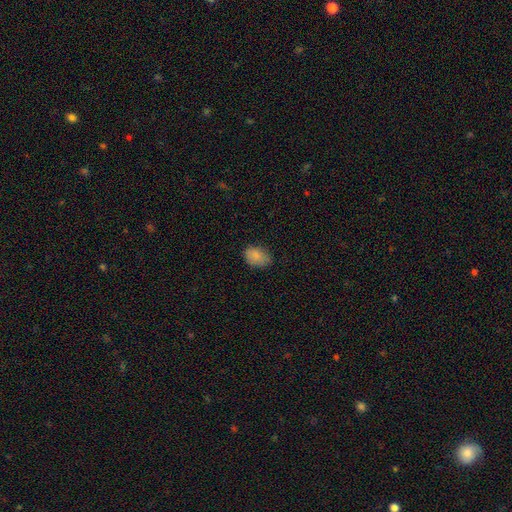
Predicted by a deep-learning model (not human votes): Smooth or featured? Predicted: smooth (p=0.85). How rounded? Predicted: in between (p=0.77). Merging? Predicted: none (p=0.75).